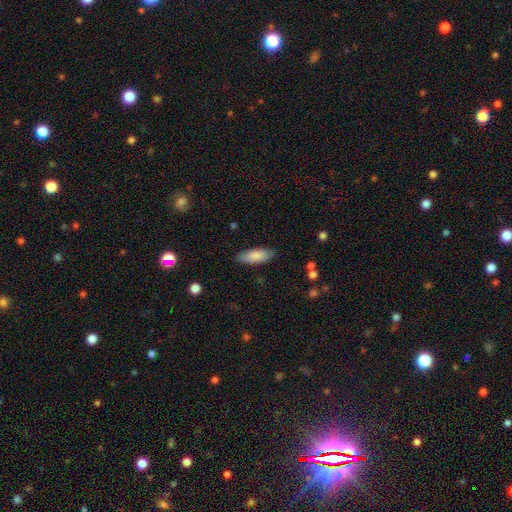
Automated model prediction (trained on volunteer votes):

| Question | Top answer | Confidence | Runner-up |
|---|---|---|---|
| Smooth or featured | smooth | 86% | featured or disk (9%) |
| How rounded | in between | 72% | cigar-shaped (26%) |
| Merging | none | 86% | minor disturbance (11%) |